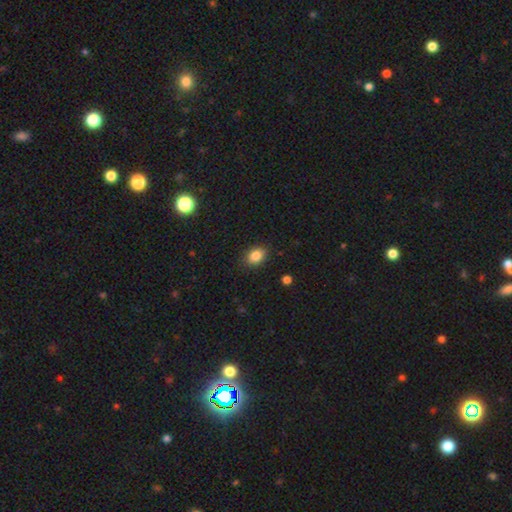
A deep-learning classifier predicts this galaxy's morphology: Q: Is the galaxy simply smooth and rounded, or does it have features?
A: smooth — 85%.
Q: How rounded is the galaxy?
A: in between — 76%.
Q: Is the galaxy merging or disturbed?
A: none — 86%.